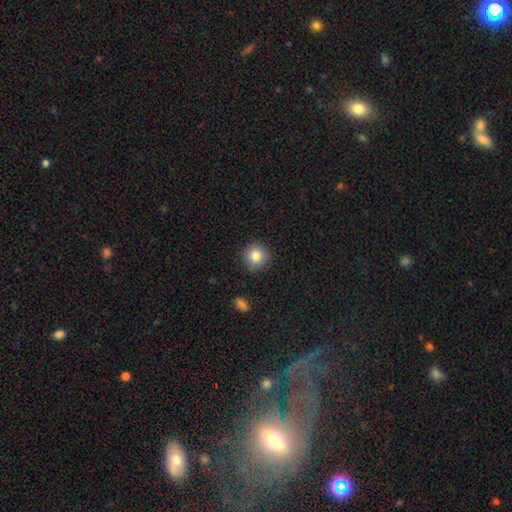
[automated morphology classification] A smooth galaxy with no disk features (83%) that is round (94%). Merging: none (90%).